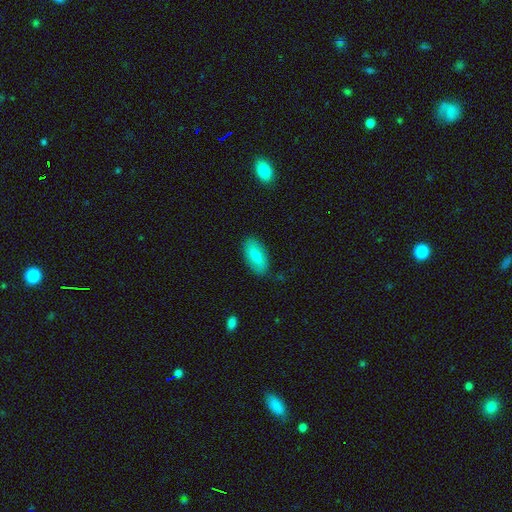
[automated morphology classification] smooth_or_featured: smooth (p=0.75) [alt: featured or disk p=0.18]
how_rounded: in between (p=0.90) [alt: cigar-shaped p=0.08]
merging: none (p=0.85) [alt: minor disturbance p=0.11]